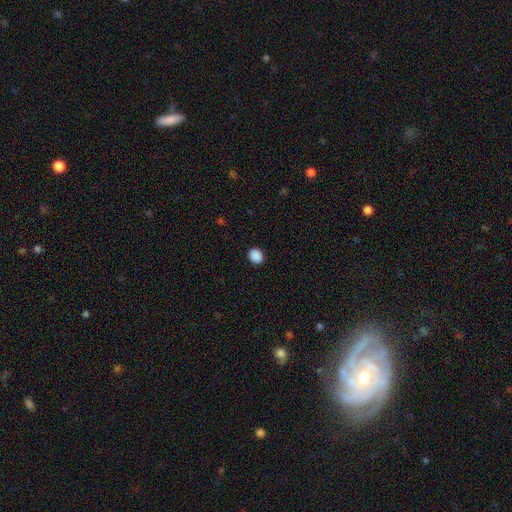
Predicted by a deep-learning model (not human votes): The model was most divided on "how rounded": round: 67%, in between: 32%, cigar-shaped: 1%. More confident: merging — none (91%); smooth or featured — smooth (89%).